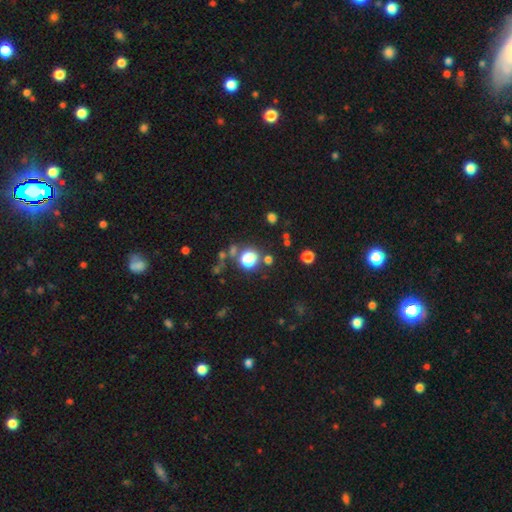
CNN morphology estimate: star or artifact 52%, smooth 41%, featured or disk 8%.